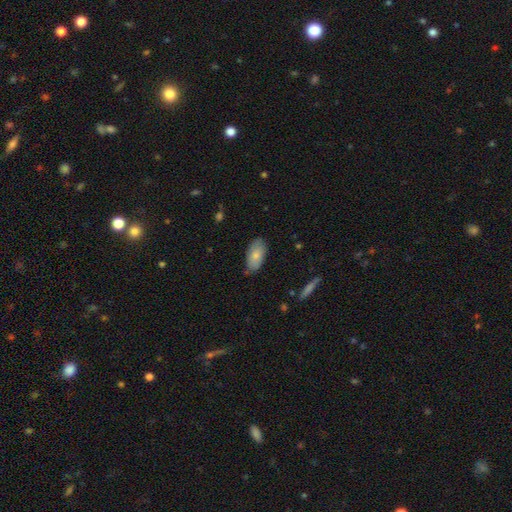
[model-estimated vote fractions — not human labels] A smooth galaxy with no disk features (79%) that is in between round and cigar-shaped (93%).

Vote fractions:
- Smooth or featured? smooth: 79% / featured or disk: 15% / star or artifact: 6%
- How rounded? in between: 93% / cigar-shaped: 4% / round: 3%
- Merging? none: 76% / minor disturbance: 19% / major disturbance: 3% / merger: 2%